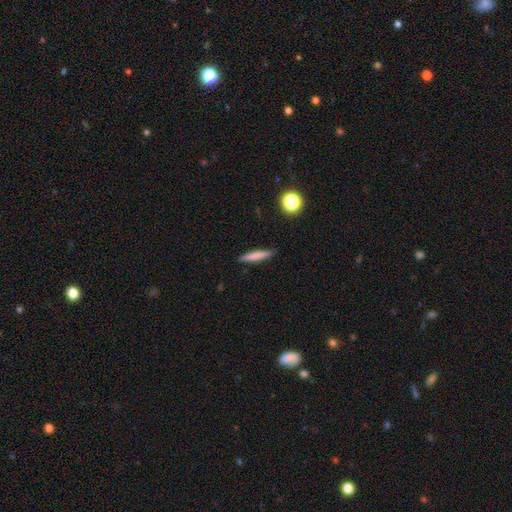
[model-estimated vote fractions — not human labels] smooth_or_featured: smooth (p=0.75) [alt: featured or disk p=0.17]
how_rounded: cigar-shaped (p=0.90) [alt: in between p=0.08]
merging: none (p=0.88) [alt: minor disturbance p=0.08]